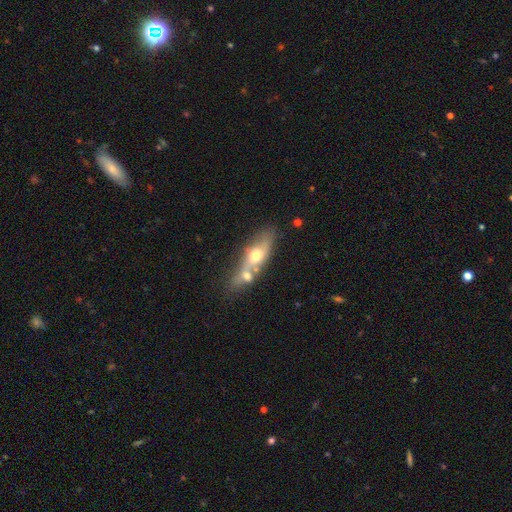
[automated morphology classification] type=smooth (47%); merging=merger (43%).